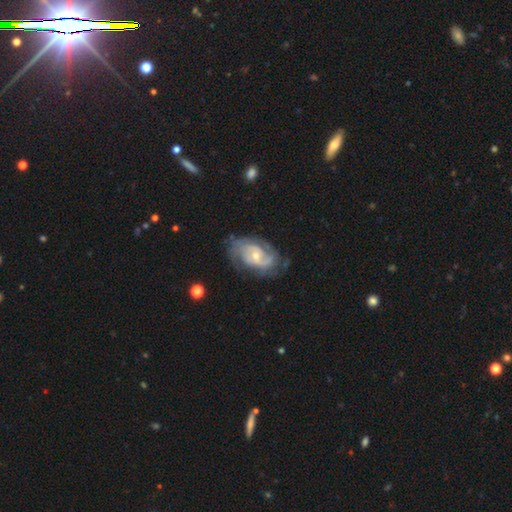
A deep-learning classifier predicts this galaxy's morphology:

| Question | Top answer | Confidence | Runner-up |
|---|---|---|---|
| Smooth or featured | featured or disk | 85% | smooth (10%) |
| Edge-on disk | no | 97% | yes (3%) |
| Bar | no | 64% | weak (31%) |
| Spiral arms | yes | 94% | no (6%) |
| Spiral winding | tight | 44% | medium (42%) |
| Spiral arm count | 2 | 58% | can't tell (20%) |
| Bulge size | small | 58% | moderate (38%) |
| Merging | none | 67% | minor disturbance (21%) |